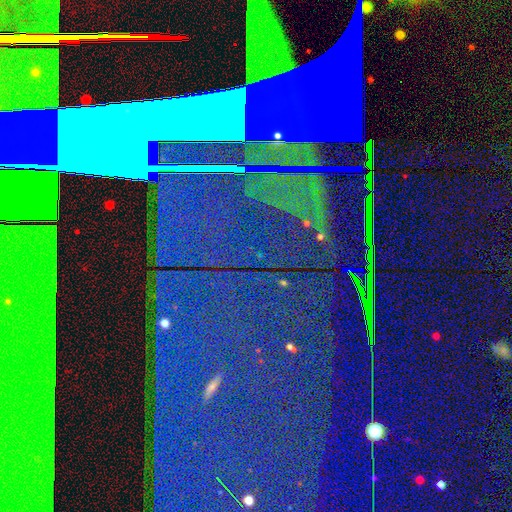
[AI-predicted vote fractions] Overall: star or artifact (85%).